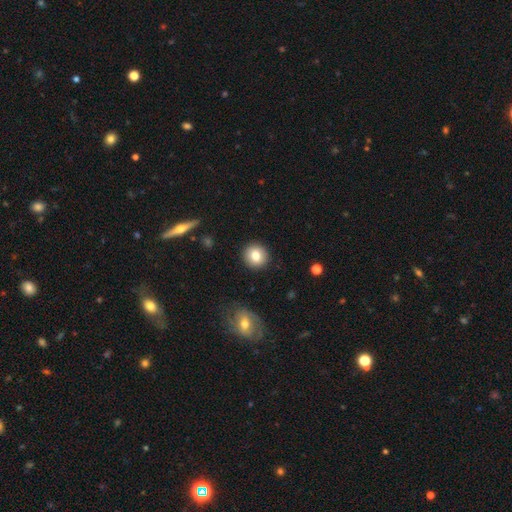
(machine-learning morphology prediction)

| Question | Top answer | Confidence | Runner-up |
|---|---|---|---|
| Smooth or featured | smooth | 82% | featured or disk (9%) |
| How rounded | round | 91% | in between (8%) |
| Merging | none | 91% | minor disturbance (6%) |